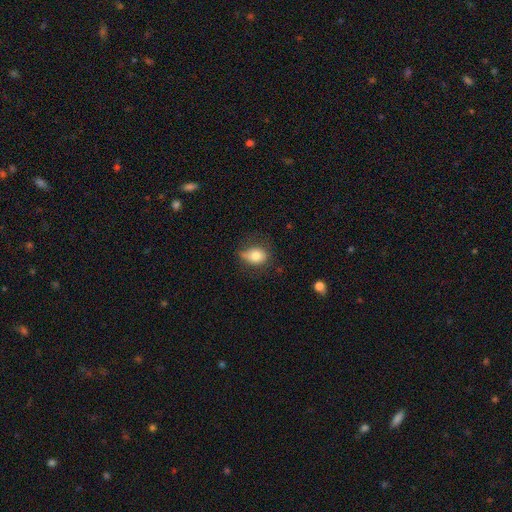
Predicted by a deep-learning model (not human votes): This appears to be a smooth galaxy with no disk features (78%) that is in between round and cigar-shaped (63%). Merging: none (53%).